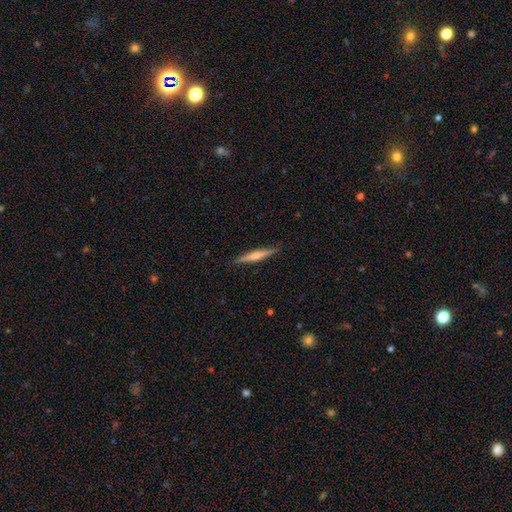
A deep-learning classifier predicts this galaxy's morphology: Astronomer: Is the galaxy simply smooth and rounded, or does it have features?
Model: featured or disk — 54% (runner-up: smooth, 40%).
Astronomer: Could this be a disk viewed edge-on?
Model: yes — 97%.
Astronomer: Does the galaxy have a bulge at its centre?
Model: rounded — 58%.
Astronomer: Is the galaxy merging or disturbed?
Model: none — 89%.